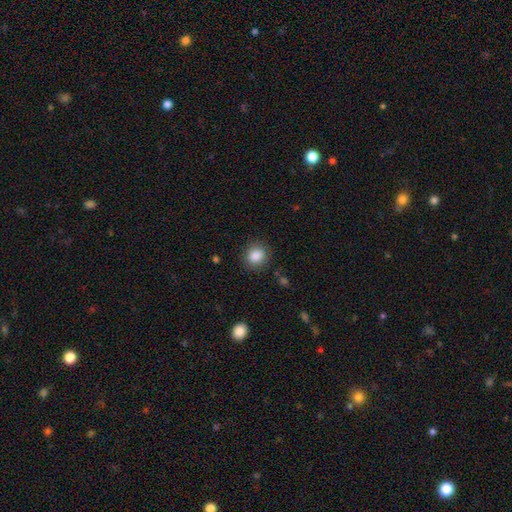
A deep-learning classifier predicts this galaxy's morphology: Smooth or featured: smooth — 87% (star or artifact — 9%)
How rounded: round — 74% (in between — 25%)
Merging: none — 86% (minor disturbance — 10%)